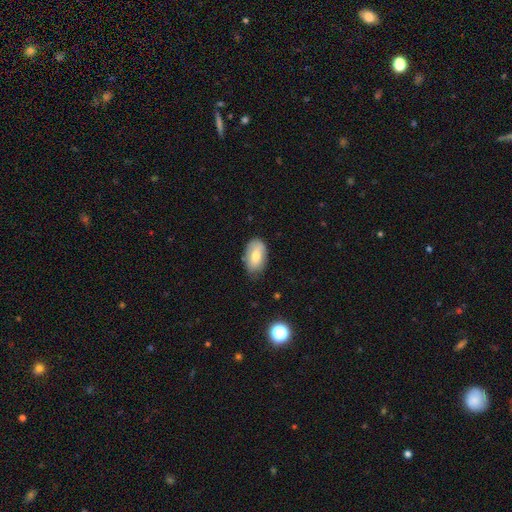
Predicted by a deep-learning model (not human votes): smooth_or_featured: smooth (p=0.72) [alt: featured or disk p=0.21]
how_rounded: in between (p=0.93) [alt: round p=0.06]
merging: none (p=0.72) [alt: minor disturbance p=0.22]